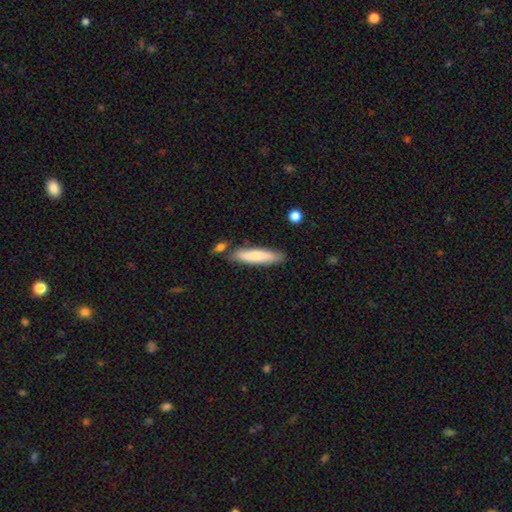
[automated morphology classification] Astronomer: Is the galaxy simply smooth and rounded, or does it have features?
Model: smooth — 75%.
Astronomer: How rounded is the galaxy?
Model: cigar-shaped — 80%.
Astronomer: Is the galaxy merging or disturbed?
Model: none — 77%.